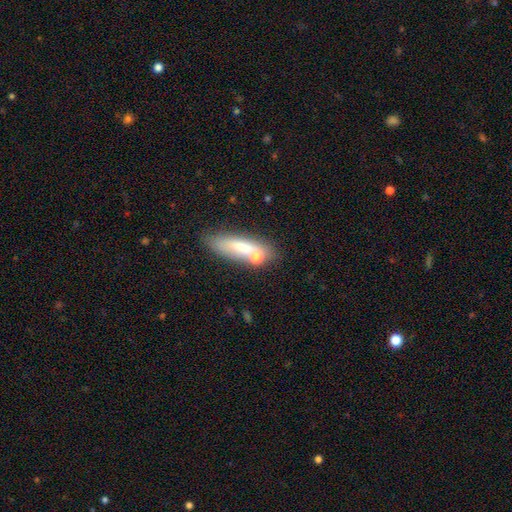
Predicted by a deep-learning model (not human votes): Smooth or featured?
  - smooth: 64% *
  - featured or disk: 26%
  - star or artifact: 11%
How rounded?
  - in between: 48% *
  - cigar-shaped: 43%
  - round: 9%
Merging?
  - none: 55% *
  - merger: 23%
  - minor disturbance: 14%
  - major disturbance: 7%